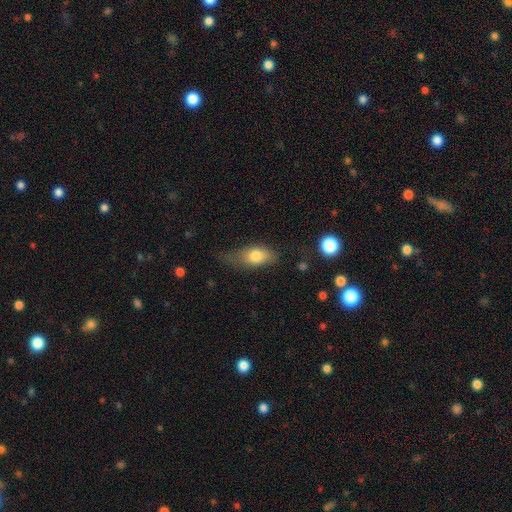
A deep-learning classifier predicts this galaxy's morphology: type=smooth (75%); roundness=in between (81%); merging=none (46%).